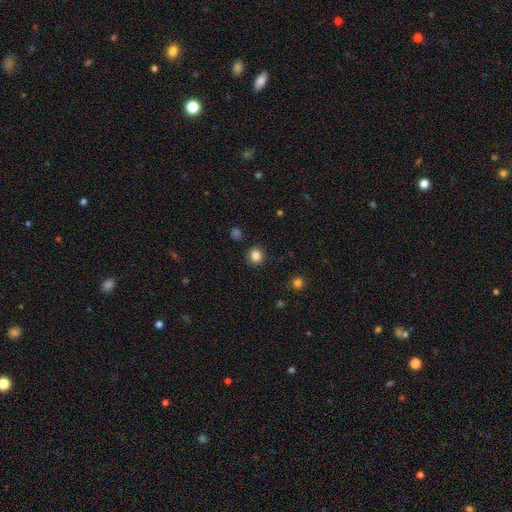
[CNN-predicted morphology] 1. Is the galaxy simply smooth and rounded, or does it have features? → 84% smooth, 12% star or artifact, 4% featured or disk.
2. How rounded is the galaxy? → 86% round, 13% in between, 1% cigar-shaped.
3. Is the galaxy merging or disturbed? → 90% none, 7% minor disturbance, 2% major disturbance, 1% merger.